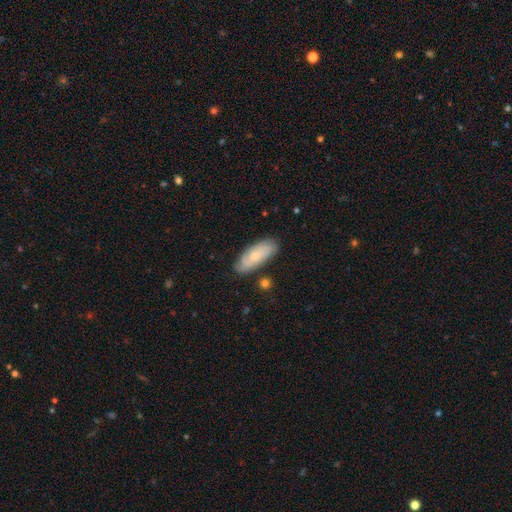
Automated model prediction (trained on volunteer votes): Q: Smooth or featured?
A: smooth (50%); runner-up: featured or disk (43%)
Q: How rounded?
A: in between (78%); runner-up: cigar-shaped (19%)
Q: Merging?
A: none (79%); runner-up: minor disturbance (16%)